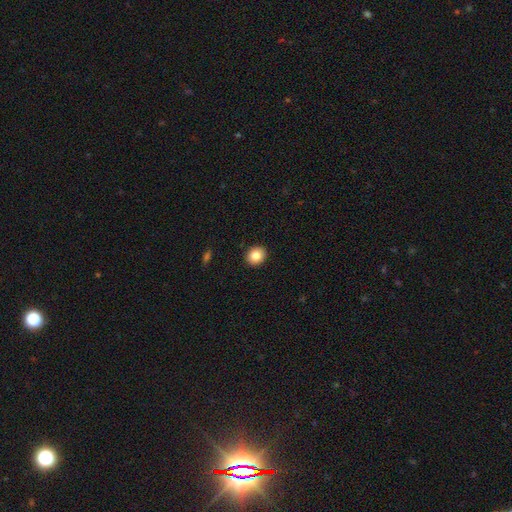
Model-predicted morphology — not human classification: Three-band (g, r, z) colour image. It shows a smooth galaxy with no disk features (85%) that is round (69%). Merging: none (92%).